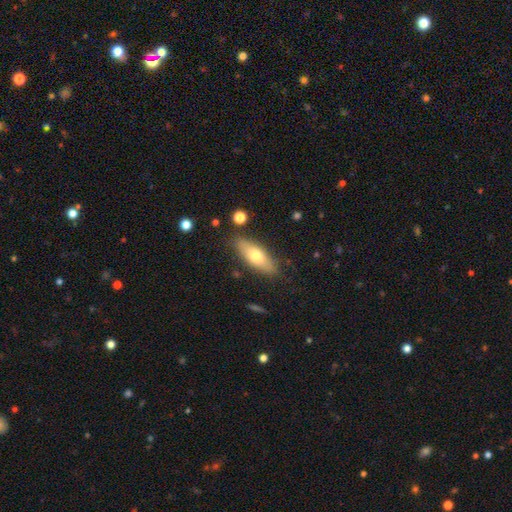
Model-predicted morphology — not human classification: smooth-or-featured: smooth: 65% | featured or disk: 29% | star or artifact: 6%
  how-rounded: in between: 66% | cigar-shaped: 31% | round: 3%
  merging: none: 83% | minor disturbance: 12% | major disturbance: 3% | merger: 2%